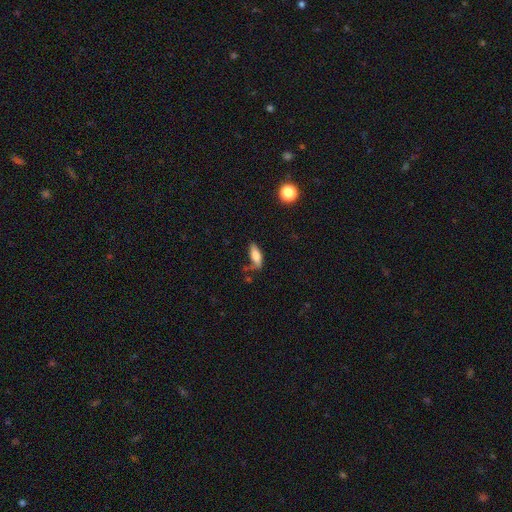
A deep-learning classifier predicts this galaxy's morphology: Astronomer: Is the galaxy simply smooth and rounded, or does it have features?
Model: smooth — 77%.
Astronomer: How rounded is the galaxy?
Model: in between — 71%.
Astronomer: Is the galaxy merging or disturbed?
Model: none — 55%.